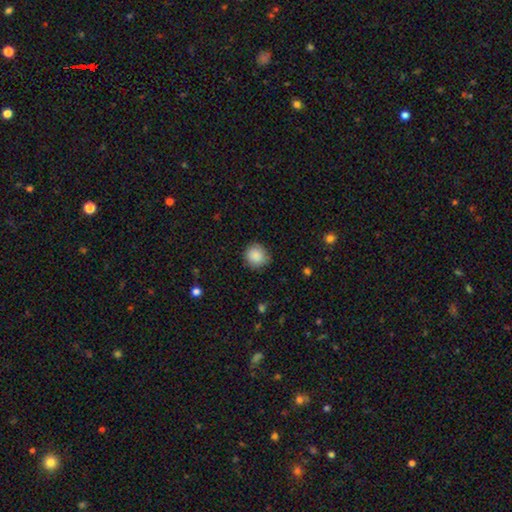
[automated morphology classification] type=smooth (87%); roundness=round (90%); merging=none (79%).